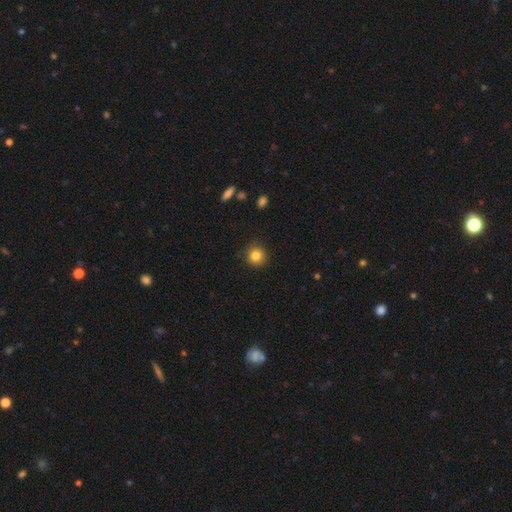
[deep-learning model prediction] smooth-or-featured: smooth: 83% | star or artifact: 11% | featured or disk: 6%
  how-rounded: round: 93% | in between: 6% | cigar-shaped: 1%
  merging: none: 89% | minor disturbance: 8% | major disturbance: 2% | merger: 1%